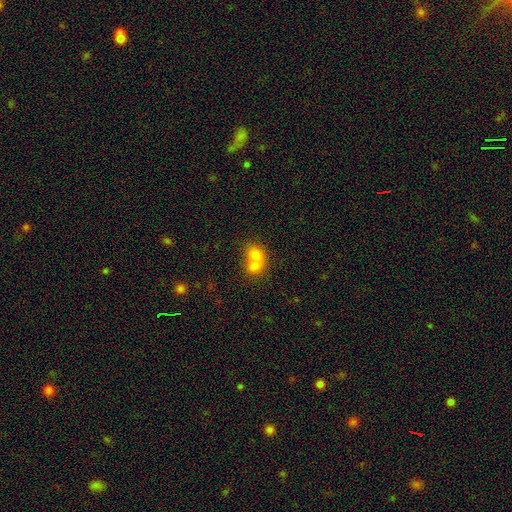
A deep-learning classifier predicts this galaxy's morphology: A smooth galaxy with no disk features (73%) that is round (53%).

Vote fractions:
- Smooth or featured? smooth: 73% / featured or disk: 16% / star or artifact: 10%
- How rounded? round: 53% / in between: 46% / cigar-shaped: 1%
- Merging? merger: 71% / none: 21% / minor disturbance: 5% / major disturbance: 3%